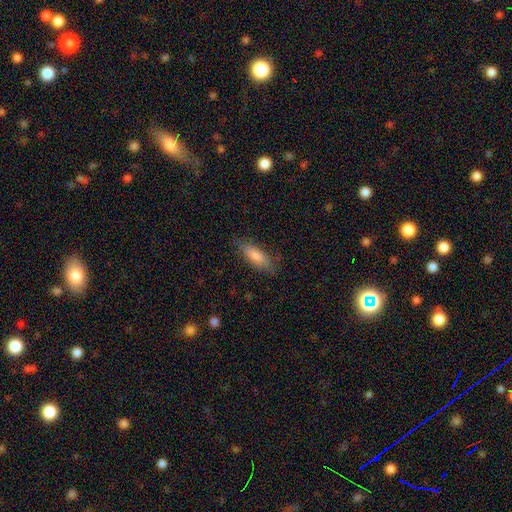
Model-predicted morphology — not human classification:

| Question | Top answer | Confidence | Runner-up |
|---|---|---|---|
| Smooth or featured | smooth | 80% | featured or disk (14%) |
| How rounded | in between | 60% | cigar-shaped (38%) |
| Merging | none | 81% | minor disturbance (14%) |